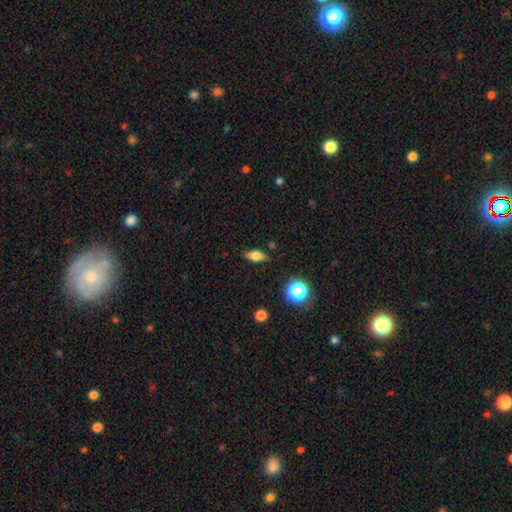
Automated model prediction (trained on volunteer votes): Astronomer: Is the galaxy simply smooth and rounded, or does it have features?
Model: smooth — 63%.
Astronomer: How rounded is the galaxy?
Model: in between — 72%.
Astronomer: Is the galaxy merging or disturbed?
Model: none — 83%.